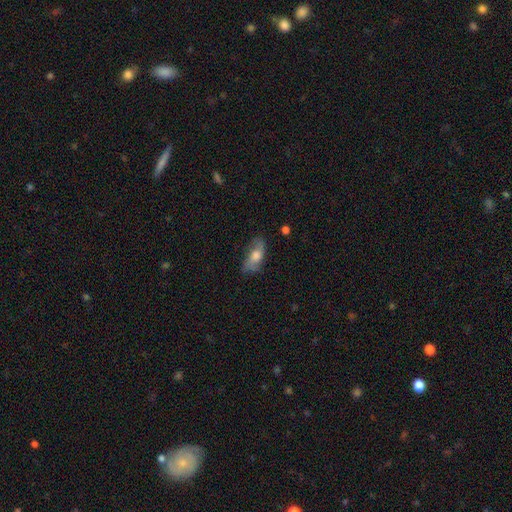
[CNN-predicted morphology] smooth-or-featured: smooth: 53% | featured or disk: 39% | star or artifact: 8%
  how-rounded: in between: 76% | cigar-shaped: 19% | round: 5%
  merging: none: 64% | minor disturbance: 25% | major disturbance: 9% | merger: 2%